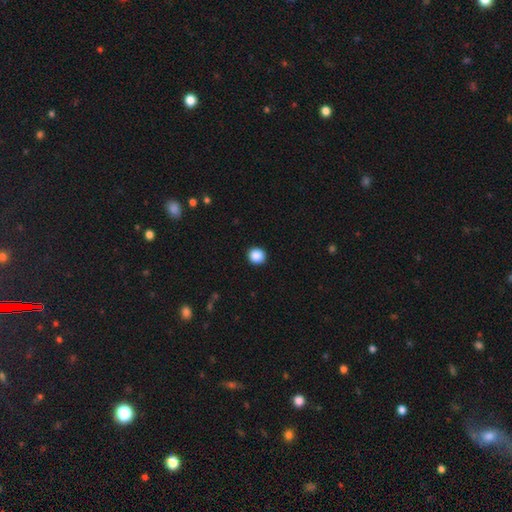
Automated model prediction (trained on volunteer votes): Q: Smooth or featured?
A: smooth (88%); runner-up: star or artifact (10%)
Q: How rounded?
A: round (89%); runner-up: in between (10%)
Q: Merging?
A: none (92%); runner-up: minor disturbance (5%)